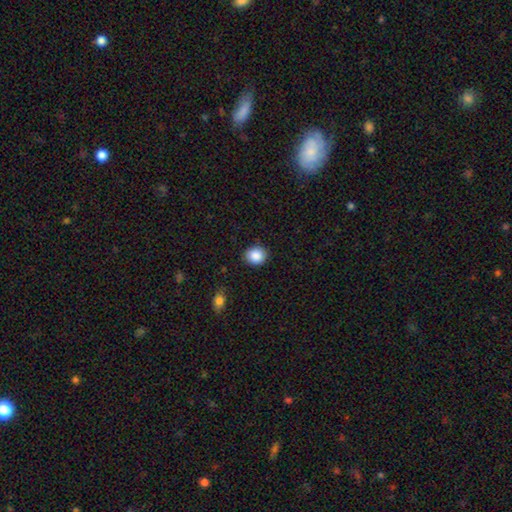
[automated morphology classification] Smooth or featured: smooth — 88% (star or artifact — 9%)
How rounded: round — 79% (in between — 20%)
Merging: none — 88% (minor disturbance — 8%)